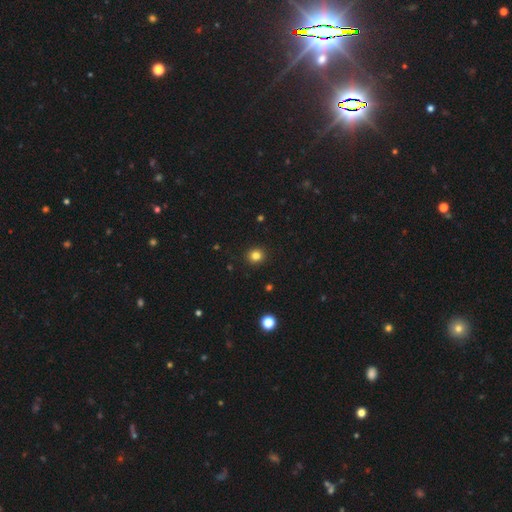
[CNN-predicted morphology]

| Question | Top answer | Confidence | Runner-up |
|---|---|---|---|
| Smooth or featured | smooth | 82% | star or artifact (13%) |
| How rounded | round | 91% | in between (8%) |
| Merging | none | 92% | minor disturbance (5%) |